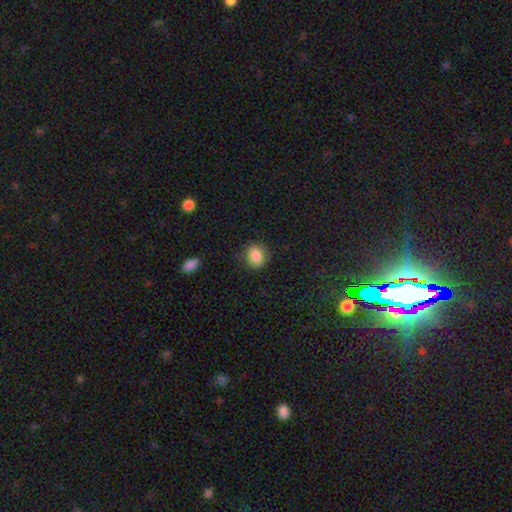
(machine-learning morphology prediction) Smooth or featured? Predicted: smooth (p=0.86). How rounded? Predicted: round (p=0.53). Merging? Predicted: none (p=0.79).